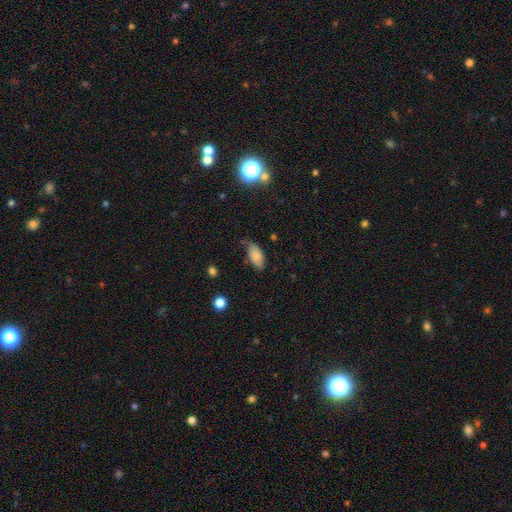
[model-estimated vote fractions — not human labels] Smooth or featured? smooth (74%)
How rounded? in between (91%)
Merging? none (52%)